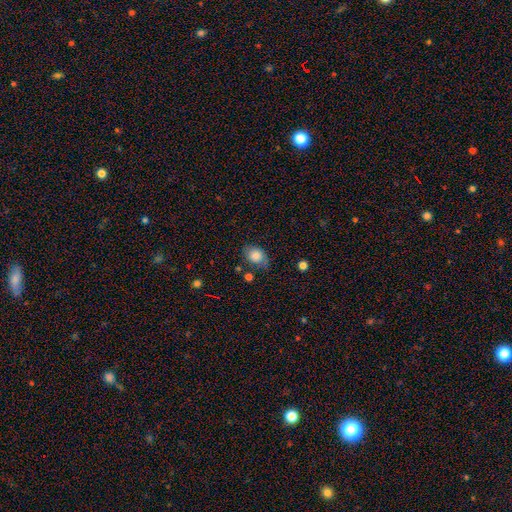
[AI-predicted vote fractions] Q: Smooth or featured?
A: smooth (81%); runner-up: featured or disk (11%)
Q: How rounded?
A: in between (66%); runner-up: round (33%)
Q: Merging?
A: none (65%); runner-up: minor disturbance (25%)